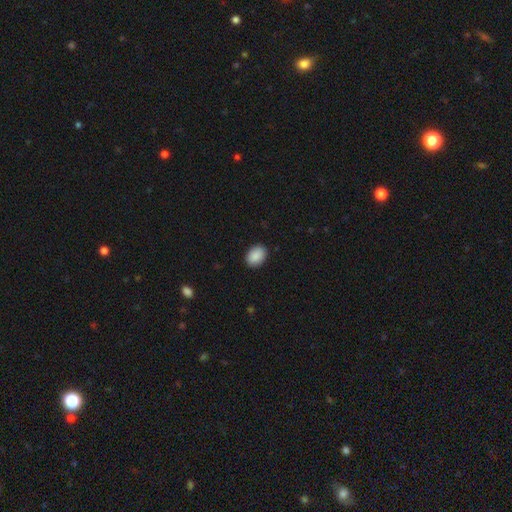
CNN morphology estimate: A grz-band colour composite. It shows a smooth galaxy with no disk features (90%) that is in between round and cigar-shaped (77%). Merging: none (90%).